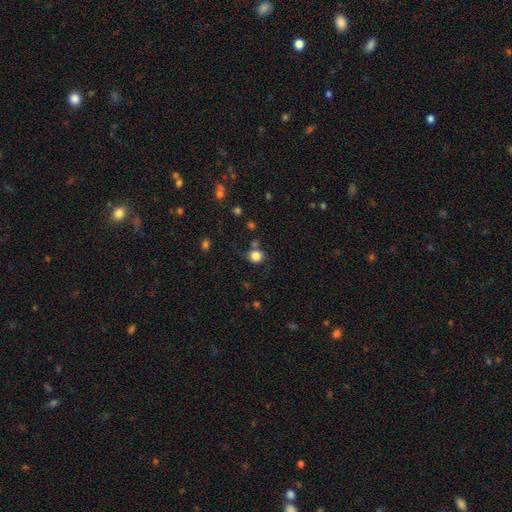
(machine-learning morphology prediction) Smooth or featured? Predicted: smooth (p=0.83). How rounded? Predicted: round (p=0.82). Merging? Predicted: none (p=0.65).